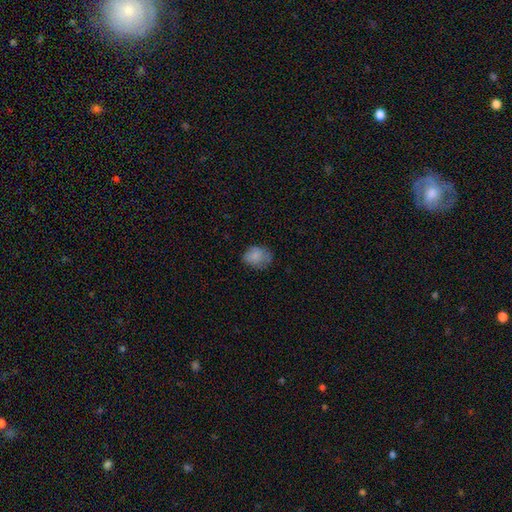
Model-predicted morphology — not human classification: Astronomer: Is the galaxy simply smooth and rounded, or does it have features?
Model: smooth — 82%.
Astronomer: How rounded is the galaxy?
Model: round — 52% (runner-up: in between, 47%).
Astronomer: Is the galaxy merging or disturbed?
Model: none — 62%.